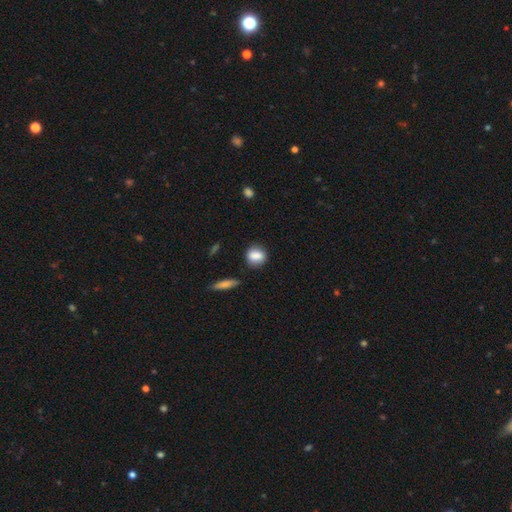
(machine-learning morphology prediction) Overall: smooth (84%). How rounded: round (57%; in between 40%). Merging: none (79%).